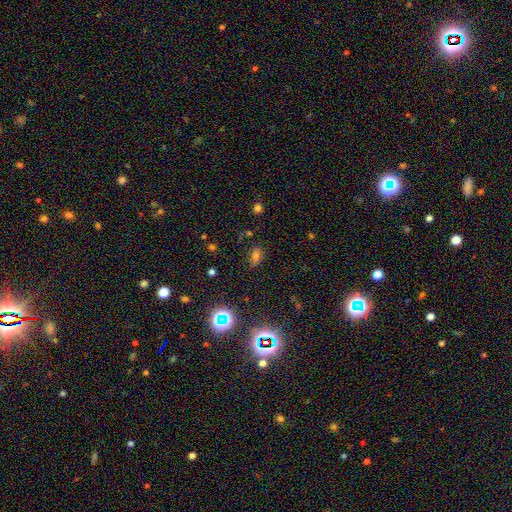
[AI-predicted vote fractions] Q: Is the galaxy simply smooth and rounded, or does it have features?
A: smooth — 55%.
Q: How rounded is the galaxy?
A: in between — 80%.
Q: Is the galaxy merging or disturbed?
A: none — 74%.